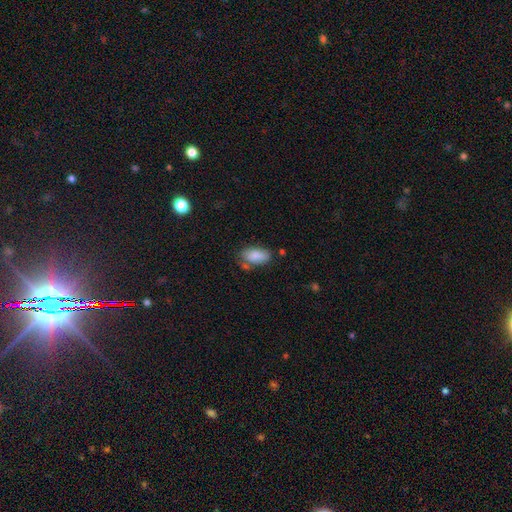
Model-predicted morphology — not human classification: Smooth or featured? Predicted: smooth (p=0.85). How rounded? Predicted: in between (p=0.93). Merging? Predicted: none (p=0.61).